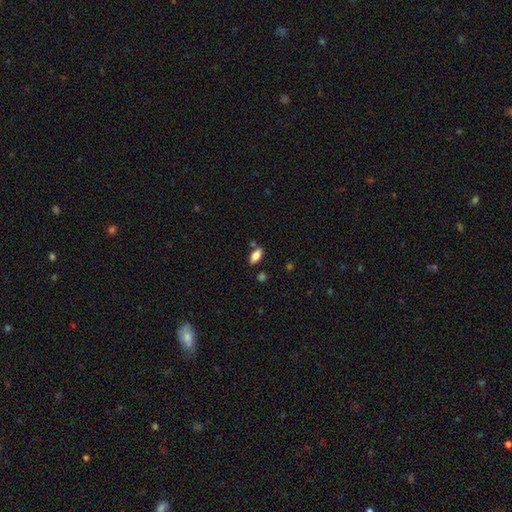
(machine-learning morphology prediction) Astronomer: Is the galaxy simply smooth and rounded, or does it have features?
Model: smooth — 83%.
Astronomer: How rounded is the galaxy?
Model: in between — 91%.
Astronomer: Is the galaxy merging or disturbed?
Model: none — 80%.